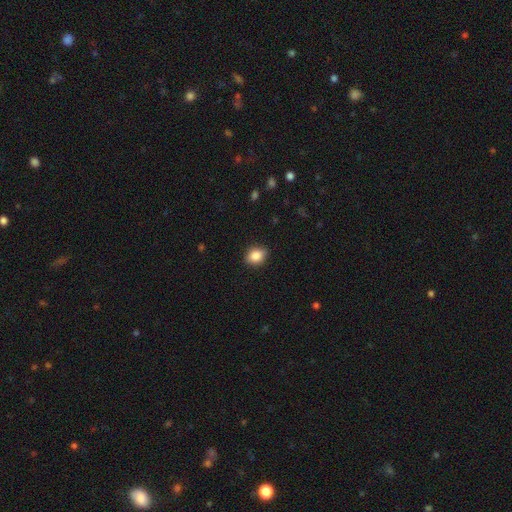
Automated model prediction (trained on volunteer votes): The model was most divided on "how rounded": in between: 62%, round: 37%, cigar-shaped: 1%. More confident: merging — none (87%); smooth or featured — smooth (86%).